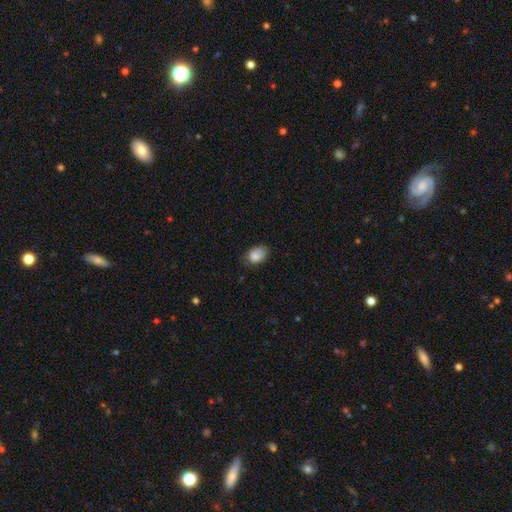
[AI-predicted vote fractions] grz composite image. It shows a smooth galaxy with no disk features (85%) that is in between round and cigar-shaped (75%). Merging: none (60%).